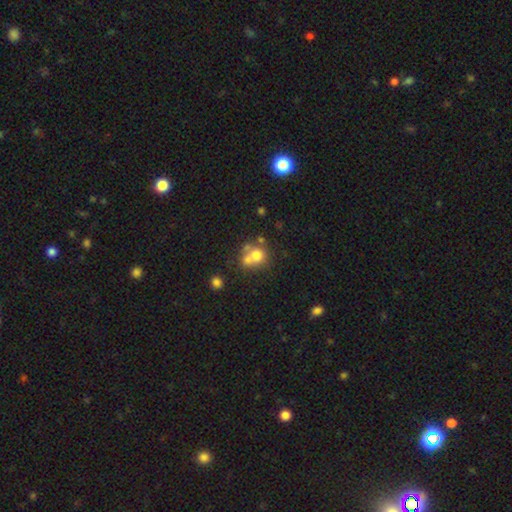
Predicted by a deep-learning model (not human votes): Q: Smooth or featured?
A: smooth (67%); runner-up: featured or disk (19%)
Q: How rounded?
A: round (81%); runner-up: in between (18%)
Q: Merging?
A: merger (43%); runner-up: none (42%)